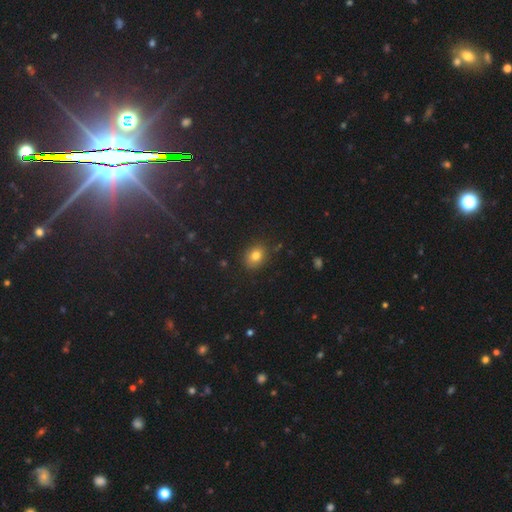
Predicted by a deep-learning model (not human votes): Q: Smooth or featured?
A: smooth (79%); runner-up: star or artifact (14%)
Q: How rounded?
A: round (58%); runner-up: in between (41%)
Q: Merging?
A: none (85%); runner-up: minor disturbance (11%)